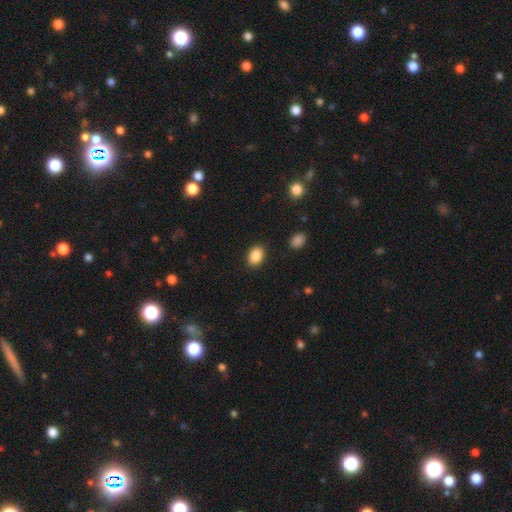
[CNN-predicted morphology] Smooth or featured?
  - smooth: 88% *
  - star or artifact: 8%
  - featured or disk: 4%
How rounded?
  - in between: 77% *
  - round: 22%
  - cigar-shaped: 1%
Merging?
  - none: 88% *
  - minor disturbance: 8%
  - major disturbance: 2%
  - merger: 2%